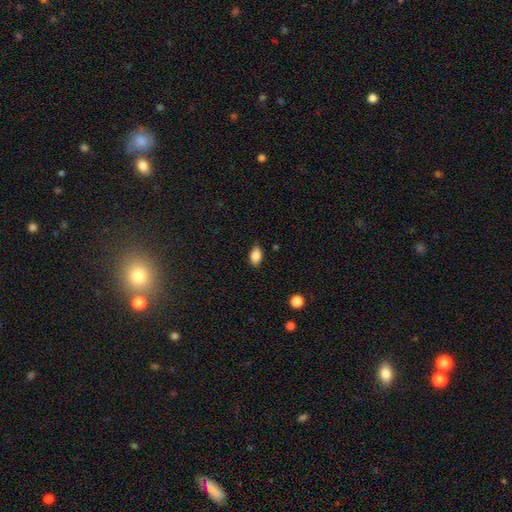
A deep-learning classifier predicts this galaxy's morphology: Smooth or featured: smooth — 84% (star or artifact — 8%)
How rounded: in between — 89% (round — 8%)
Merging: none — 82% (minor disturbance — 14%)